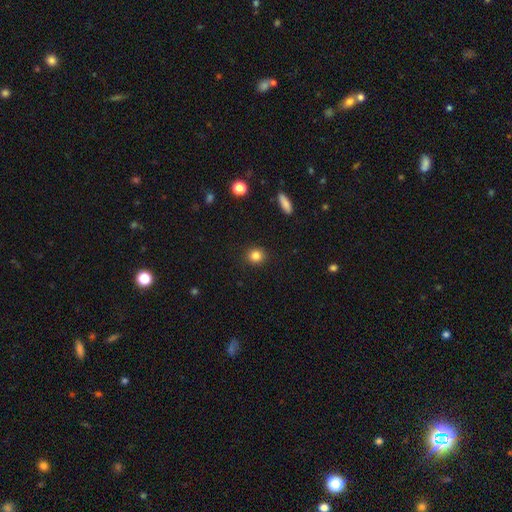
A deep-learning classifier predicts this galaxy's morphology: type=smooth (84%); roundness=round (87%); merging=none (92%).